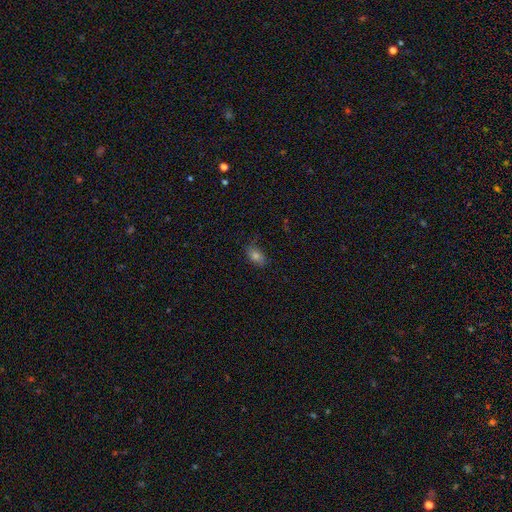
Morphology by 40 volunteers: Volunteers were most divided on "merging": none: 72%, minor disturbance: 22%, major disturbance: 3%, merger: 3%. More confident: how rounded — in between (94%); smooth or featured — smooth (80%).